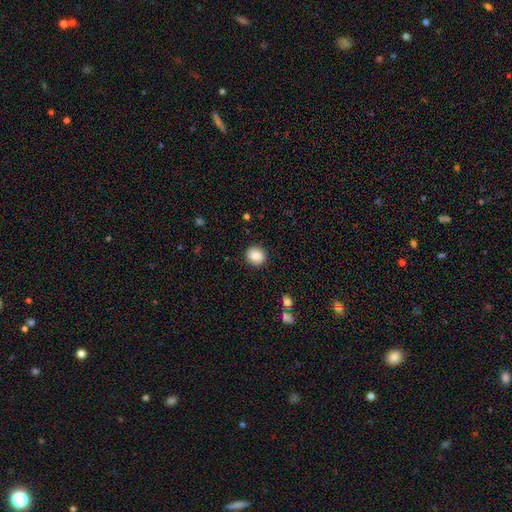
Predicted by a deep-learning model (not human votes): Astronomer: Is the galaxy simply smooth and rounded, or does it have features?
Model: smooth — 86%.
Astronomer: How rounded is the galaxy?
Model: round — 84%.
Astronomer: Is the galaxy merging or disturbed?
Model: none — 89%.